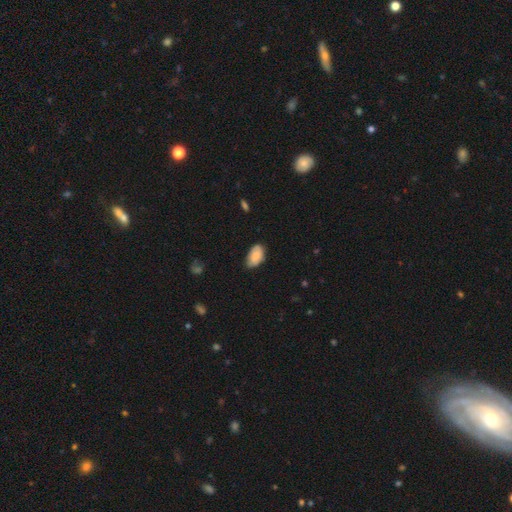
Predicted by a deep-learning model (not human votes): Q: Smooth or featured?
A: smooth (84%); runner-up: featured or disk (9%)
Q: How rounded?
A: in between (94%); runner-up: round (5%)
Q: Merging?
A: none (67%); runner-up: minor disturbance (28%)